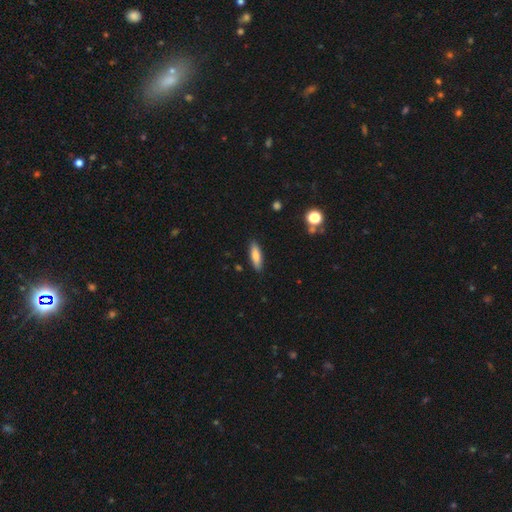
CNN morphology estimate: Smooth or featured? smooth (80%)
How rounded? cigar-shaped (55%)
Merging? none (88%)